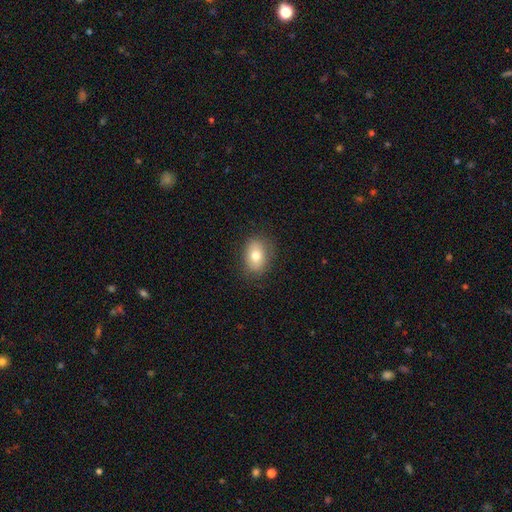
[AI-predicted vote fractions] smooth-or-featured: smooth: 76% | featured or disk: 14% | star or artifact: 9%
  how-rounded: in between: 72% | round: 27% | cigar-shaped: 1%
  merging: none: 84% | minor disturbance: 12% | major disturbance: 3% | merger: 1%